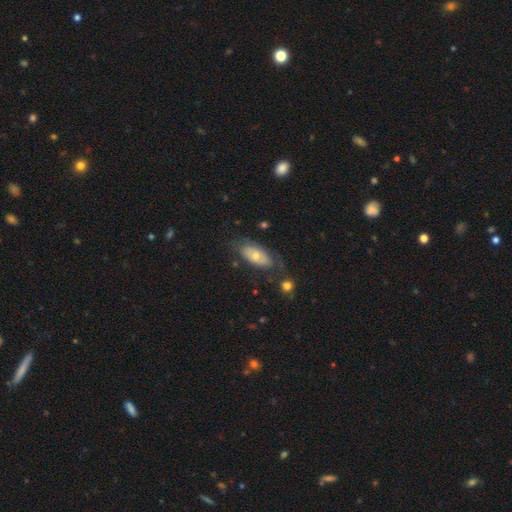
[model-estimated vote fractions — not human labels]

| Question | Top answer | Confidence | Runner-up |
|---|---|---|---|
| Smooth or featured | smooth | 56% | featured or disk (38%) |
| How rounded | in between | 88% | cigar-shaped (9%) |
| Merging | none | 58% | minor disturbance (25%) |